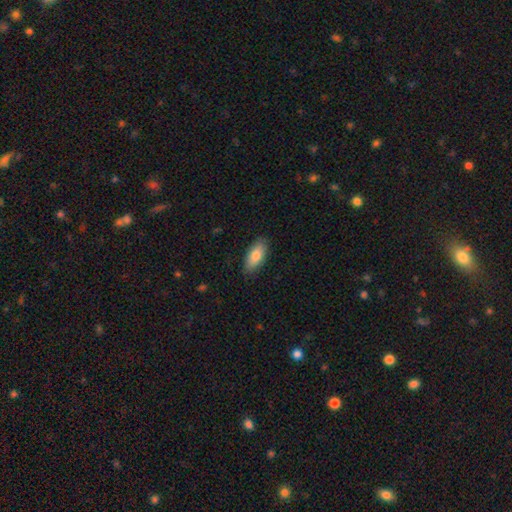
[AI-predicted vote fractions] smooth_or_featured: smooth (p=0.82) [alt: featured or disk p=0.12]
how_rounded: in between (p=0.87) [alt: cigar-shaped p=0.11]
merging: none (p=0.86) [alt: minor disturbance p=0.11]